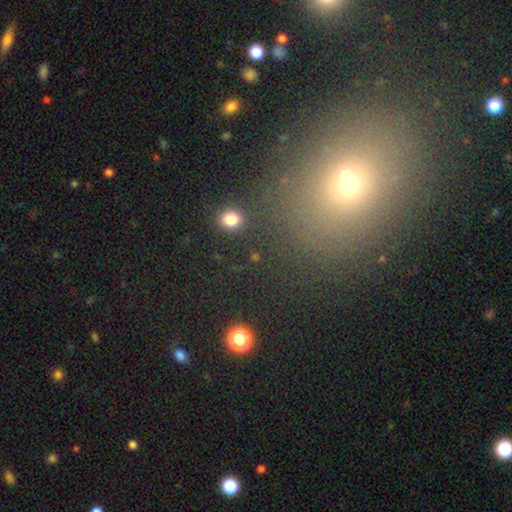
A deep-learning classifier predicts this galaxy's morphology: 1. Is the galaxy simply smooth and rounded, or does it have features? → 53% smooth, 36% star or artifact, 11% featured or disk.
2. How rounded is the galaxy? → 72% round, 25% in between, 3% cigar-shaped.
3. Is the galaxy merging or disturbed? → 71% none, 15% merger, 9% minor disturbance, 5% major disturbance.